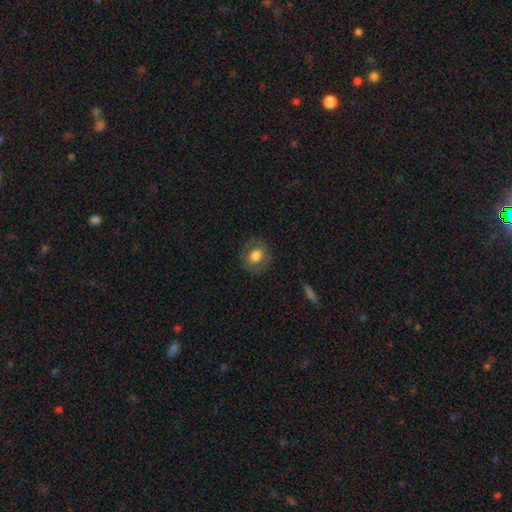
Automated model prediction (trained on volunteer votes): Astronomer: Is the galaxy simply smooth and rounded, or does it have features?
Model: smooth — 71%.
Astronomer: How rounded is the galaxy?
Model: round — 79%.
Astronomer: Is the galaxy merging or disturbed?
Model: none — 83%.